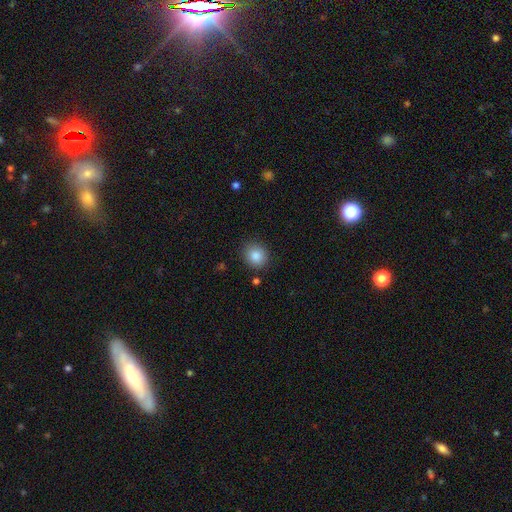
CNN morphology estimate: Overall: smooth (86%). How rounded: round (81%). Merging: none (87%).